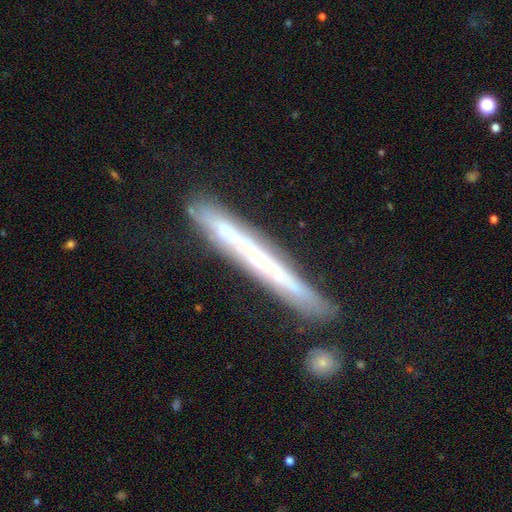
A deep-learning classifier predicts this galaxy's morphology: The model was most divided on "smooth or featured": featured or disk: 60%, smooth: 32%, star or artifact: 8%. More confident: edge-on disk — yes (90%); edge-on bulge — none (86%); merging — none (79%).